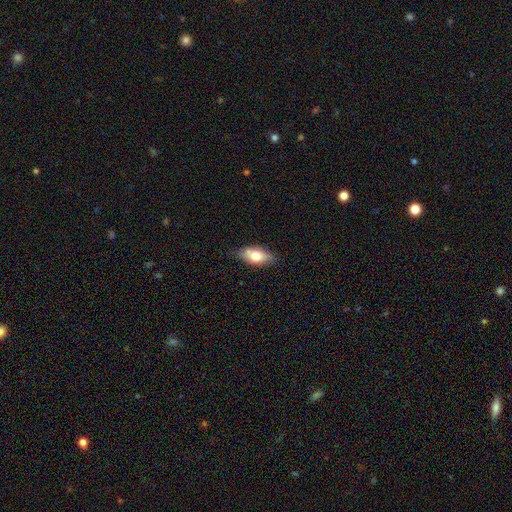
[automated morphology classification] smooth_or_featured: smooth (p=0.70) [alt: featured or disk p=0.23]
how_rounded: in between (p=0.85) [alt: cigar-shaped p=0.11]
merging: none (p=0.76) [alt: minor disturbance p=0.18]